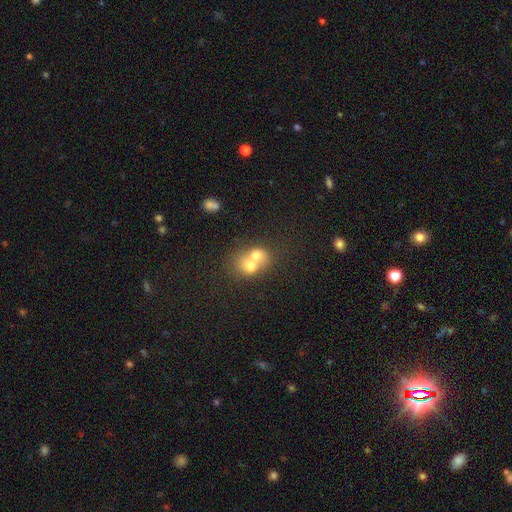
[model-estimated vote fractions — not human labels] Smooth or featured? Predicted: smooth (p=0.67). How rounded? Predicted: round (p=0.65). Merging? Predicted: merger (p=0.73).